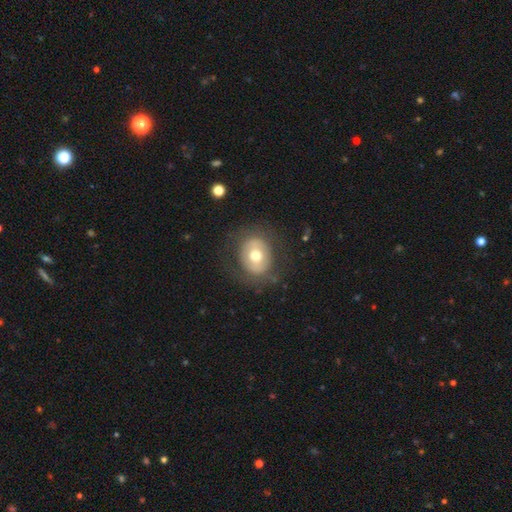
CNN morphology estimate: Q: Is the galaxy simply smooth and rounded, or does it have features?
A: smooth — 53%.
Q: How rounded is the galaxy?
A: round — 65%.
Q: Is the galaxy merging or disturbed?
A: none — 74%.